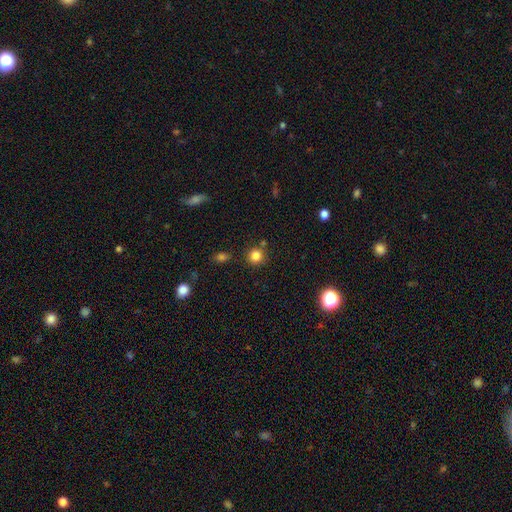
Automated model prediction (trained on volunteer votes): Smooth or featured?
  - smooth: 83% *
  - star or artifact: 12%
  - featured or disk: 5%
How rounded?
  - round: 91% *
  - in between: 8%
  - cigar-shaped: 1%
Merging?
  - none: 81% *
  - minor disturbance: 9%
  - merger: 7%
  - major disturbance: 3%